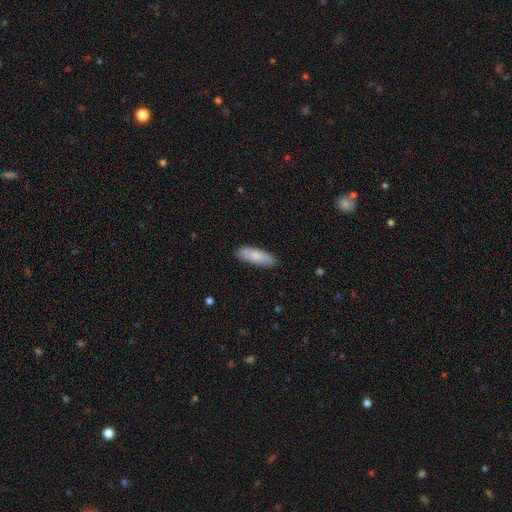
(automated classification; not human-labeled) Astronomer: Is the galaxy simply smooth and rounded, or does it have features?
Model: smooth — 82%.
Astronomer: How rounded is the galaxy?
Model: in between — 63%.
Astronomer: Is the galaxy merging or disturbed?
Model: none — 86%.